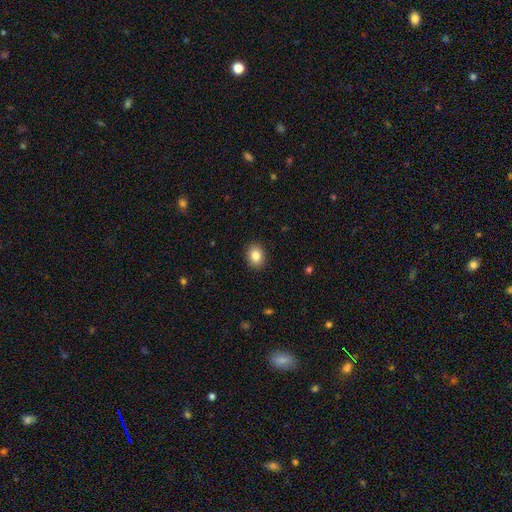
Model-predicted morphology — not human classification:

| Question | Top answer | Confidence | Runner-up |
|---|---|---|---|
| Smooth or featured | smooth | 85% | star or artifact (9%) |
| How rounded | in between | 52% | round (48%) |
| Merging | none | 90% | minor disturbance (7%) |